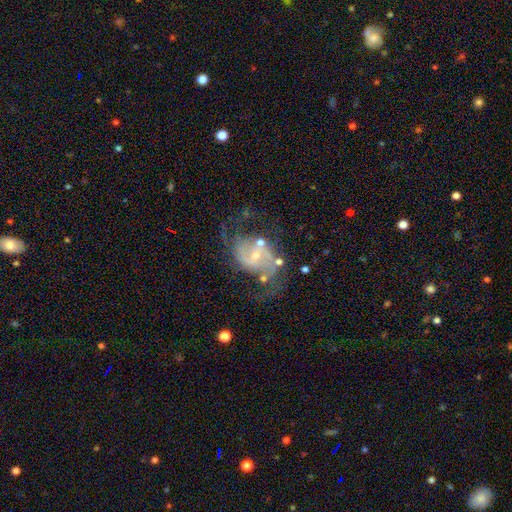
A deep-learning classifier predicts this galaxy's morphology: type=featured or disk (83%); edge-on=no (98%); bar=weak (47%); spiral arms=yes (91%); winding=medium (48%); arm count=2 (82%); bulge=small (66%); merging=none (54%).